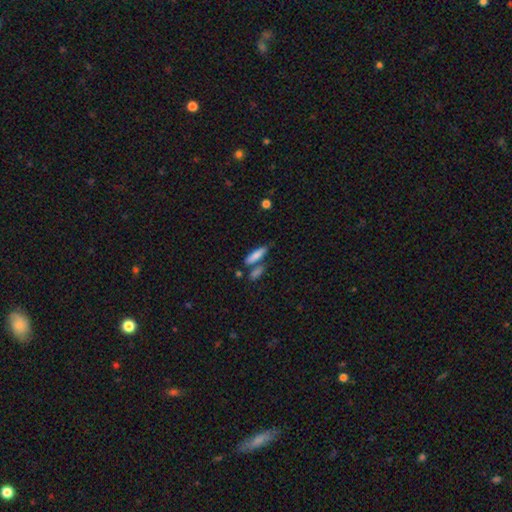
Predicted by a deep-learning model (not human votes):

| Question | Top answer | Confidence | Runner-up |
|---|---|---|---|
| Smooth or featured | smooth | 80% | featured or disk (14%) |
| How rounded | cigar-shaped | 63% | in between (34%) |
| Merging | none | 61% | merger (22%) |